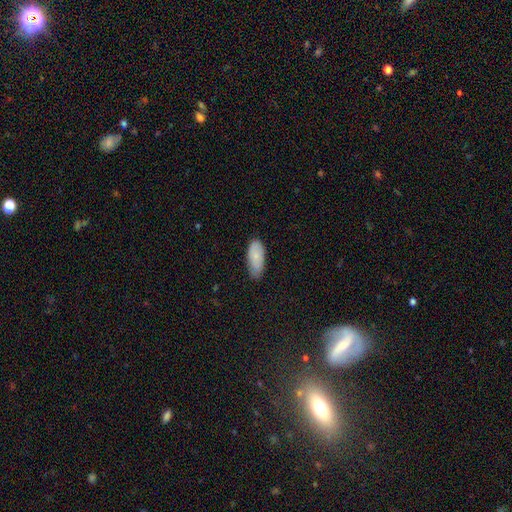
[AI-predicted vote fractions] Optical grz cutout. It shows a smooth galaxy with no disk features (80%) that is in between round and cigar-shaped (86%). Merging: none (68%).